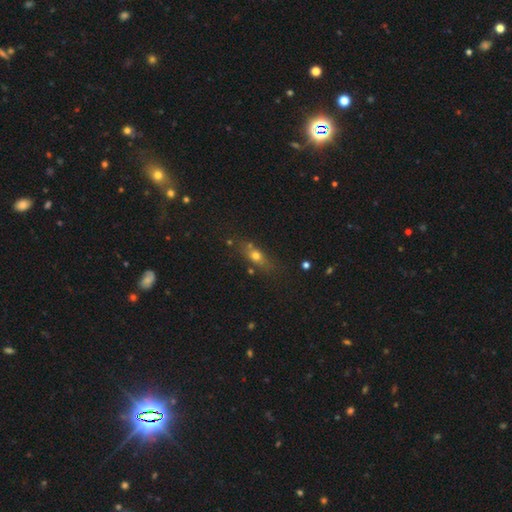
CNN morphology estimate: Smooth or featured? Predicted: smooth (p=0.64). How rounded? Predicted: in between (p=0.56). Merging? Predicted: none (p=0.67).